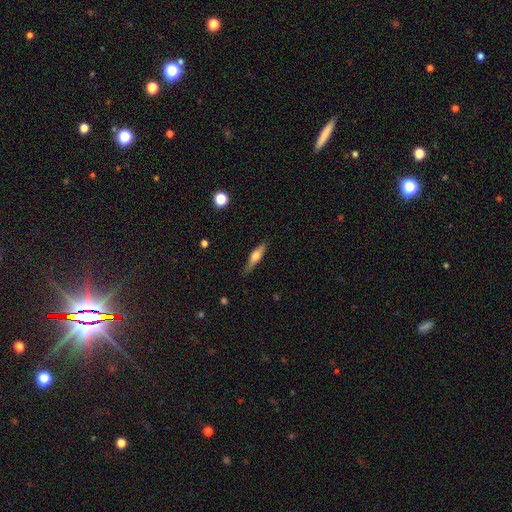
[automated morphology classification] smooth_or_featured: smooth (p=0.49) [alt: featured or disk p=0.44]
merging: none (p=0.81) [alt: minor disturbance p=0.15]